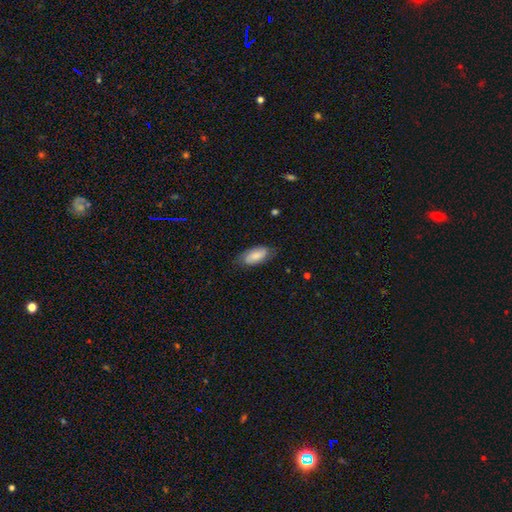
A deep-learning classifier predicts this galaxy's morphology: A smooth galaxy with no disk features (65%) that is in between round and cigar-shaped (89%).

Vote fractions:
- Smooth or featured? smooth: 65% / featured or disk: 28% / star or artifact: 6%
- How rounded? in between: 89% / cigar-shaped: 8% / round: 2%
- Merging? none: 73% / minor disturbance: 21% / major disturbance: 5% / merger: 1%